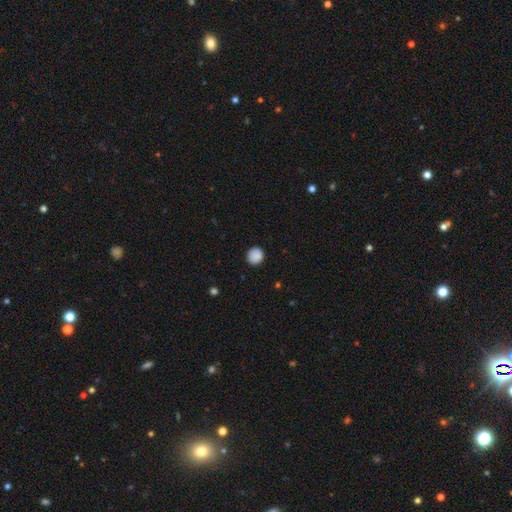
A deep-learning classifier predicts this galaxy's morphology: This appears to be a smooth galaxy with no disk features (88%) that is round (91%). Merging: none (89%).